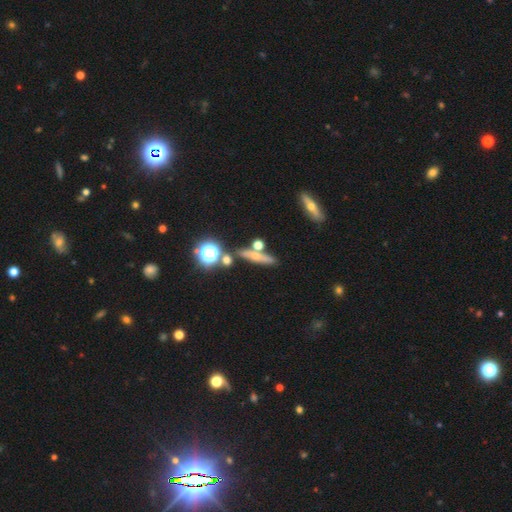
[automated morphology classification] This is marginally a featured or disk galaxy (42%). Merging: likely none (73%).